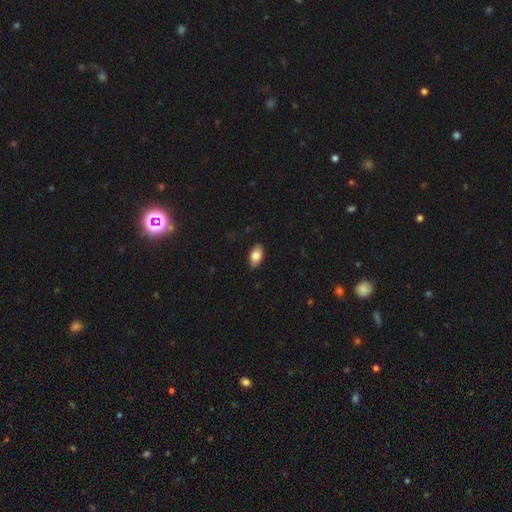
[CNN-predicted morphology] A smooth galaxy with no disk features (83%) that is in between round and cigar-shaped (92%).

Vote fractions:
- Smooth or featured? smooth: 83% / featured or disk: 10% / star or artifact: 7%
- How rounded? in between: 92% / round: 5% / cigar-shaped: 3%
- Merging? none: 86% / minor disturbance: 10% / major disturbance: 2% / merger: 1%